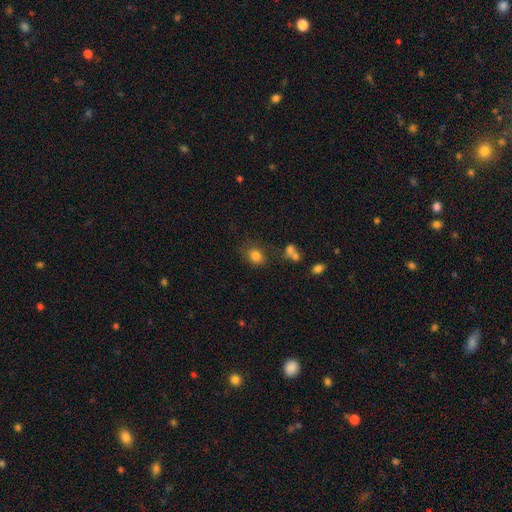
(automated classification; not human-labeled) This is clearly a smooth galaxy (82%). How rounded: possibly in between (51%). Merging: likely none (69%).